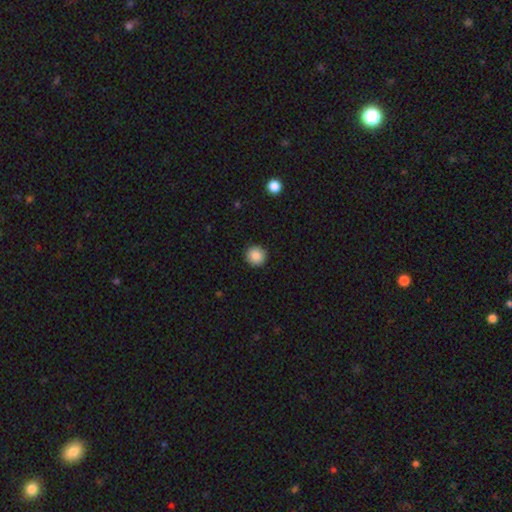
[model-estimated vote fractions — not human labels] smooth 88%, star or artifact 9%, featured or disk 3%. Down the decision tree: how rounded — round (96%); merging — none (92%).